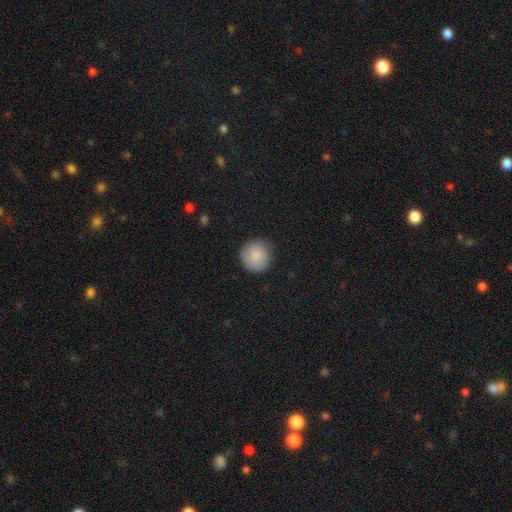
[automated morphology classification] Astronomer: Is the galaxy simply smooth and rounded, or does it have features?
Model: smooth — 87%.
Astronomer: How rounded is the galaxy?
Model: round — 94%.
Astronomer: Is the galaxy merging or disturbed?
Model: none — 84%.